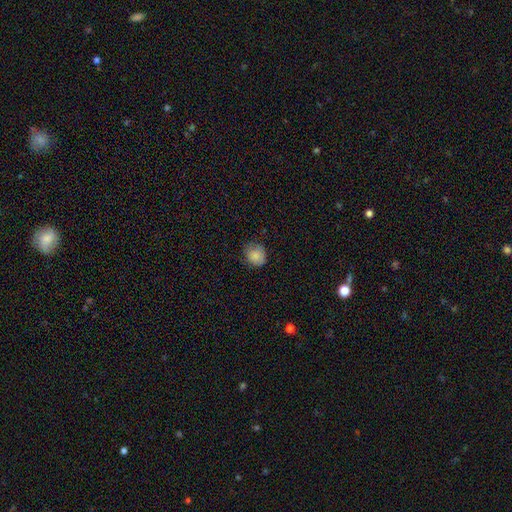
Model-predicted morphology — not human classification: type=smooth (86%); roundness=round (77%); merging=none (71%).